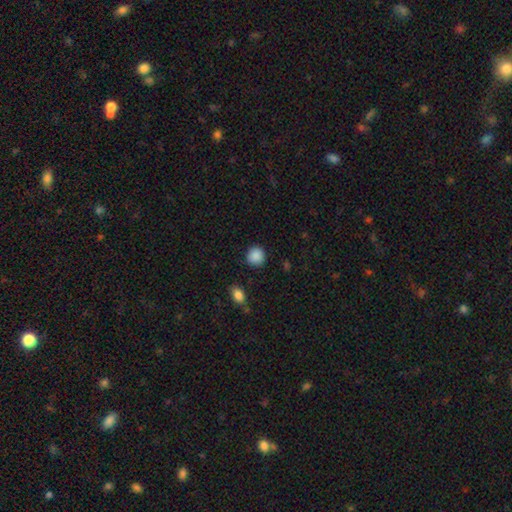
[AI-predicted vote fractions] This is clearly a smooth galaxy (89%). How rounded: clearly round (91%). Merging: clearly none (88%).